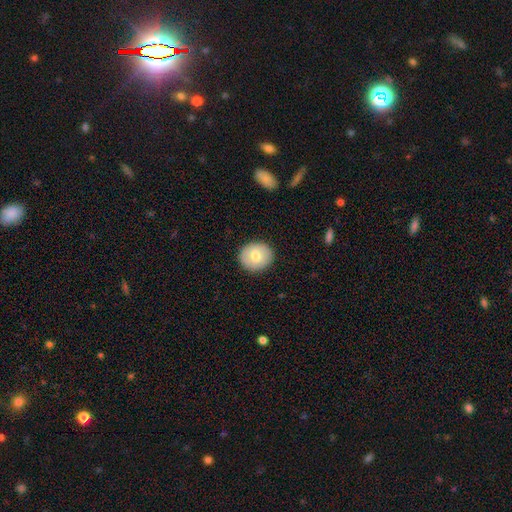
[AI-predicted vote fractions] Smooth or featured? Predicted: smooth (p=0.72). How rounded? Predicted: round (p=0.79). Merging? Predicted: none (p=0.89).